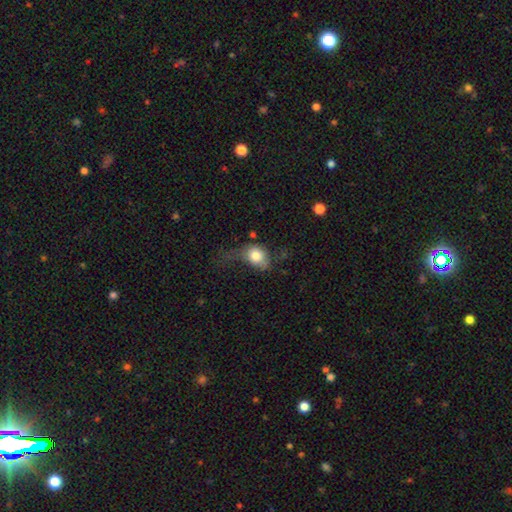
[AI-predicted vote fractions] This is likely a smooth galaxy (78%). How rounded: possibly in between (54%). Merging: marginally major disturbance (38%).